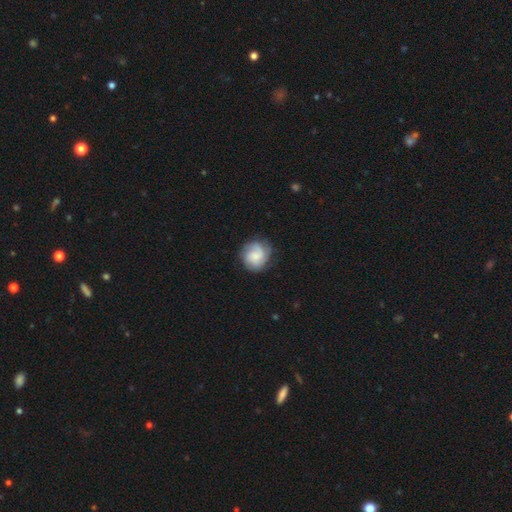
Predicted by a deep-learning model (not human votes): This appears to be a featured or disk galaxy (47%). Merging: none (75%).